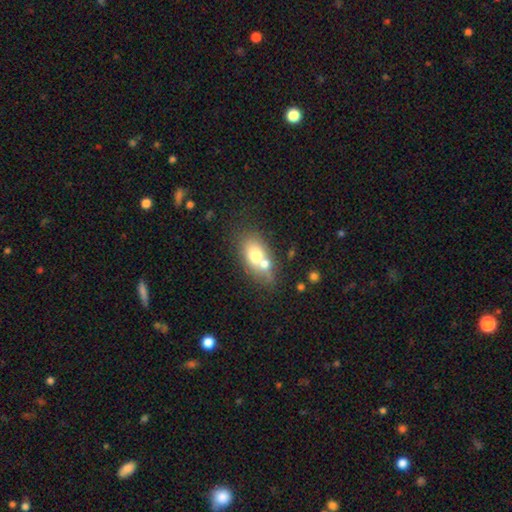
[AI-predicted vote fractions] Smooth or featured?
  - smooth: 66% *
  - featured or disk: 25%
  - star or artifact: 9%
How rounded?
  - in between: 77% *
  - round: 20%
  - cigar-shaped: 3%
Merging?
  - merger: 47% *
  - none: 37%
  - minor disturbance: 11%
  - major disturbance: 5%